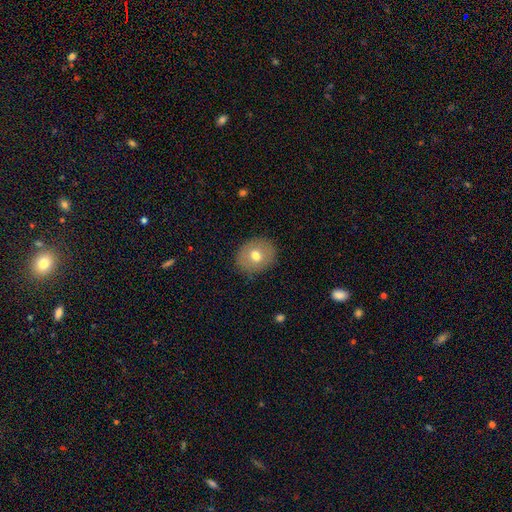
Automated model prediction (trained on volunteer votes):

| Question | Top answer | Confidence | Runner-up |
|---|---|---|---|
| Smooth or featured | smooth | 70% | featured or disk (21%) |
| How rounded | round | 67% | in between (32%) |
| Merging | none | 87% | minor disturbance (9%) |